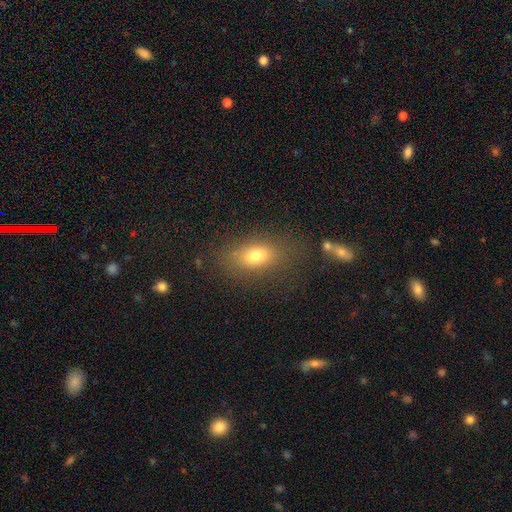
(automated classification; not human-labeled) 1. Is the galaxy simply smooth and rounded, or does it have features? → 73% smooth, 15% featured or disk, 12% star or artifact.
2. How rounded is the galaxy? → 80% in between, 14% round, 7% cigar-shaped.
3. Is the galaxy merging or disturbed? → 76% none, 14% minor disturbance, 7% major disturbance, 3% merger.